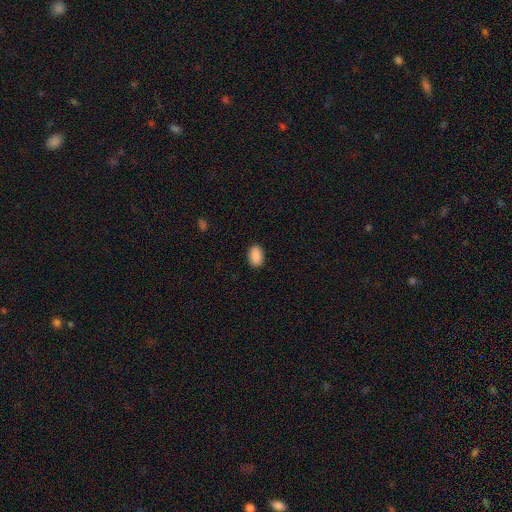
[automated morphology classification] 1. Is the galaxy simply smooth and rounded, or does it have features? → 90% smooth, 7% star or artifact, 3% featured or disk.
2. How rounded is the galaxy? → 87% in between, 12% round, 1% cigar-shaped.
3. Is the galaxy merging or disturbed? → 89% none, 8% minor disturbance, 2% major disturbance, 1% merger.